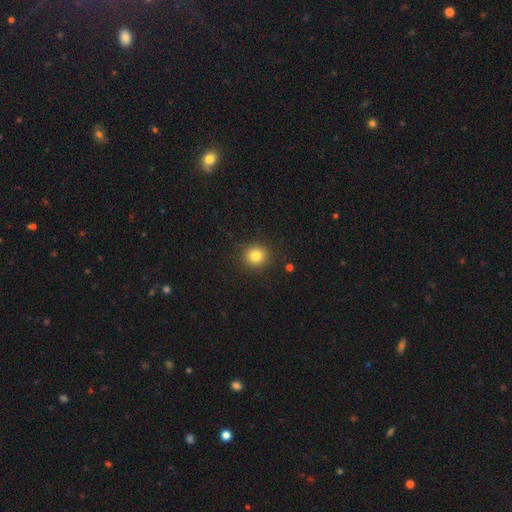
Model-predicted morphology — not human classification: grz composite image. It shows a smooth galaxy with no disk features (81%) that is round (91%). Merging: none (90%).